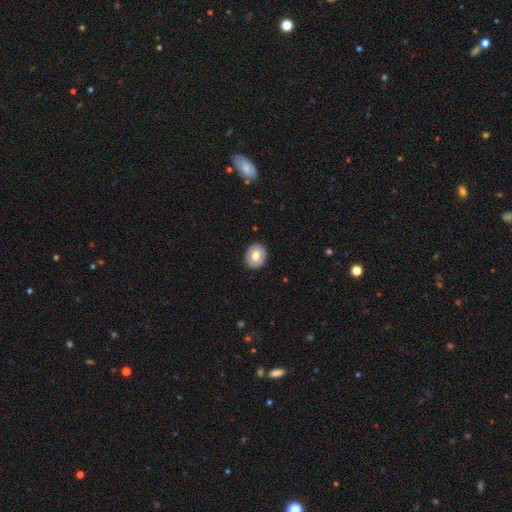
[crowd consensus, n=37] A smooth galaxy with no disk features (70%) that is round (69%). Merging: none (91%).